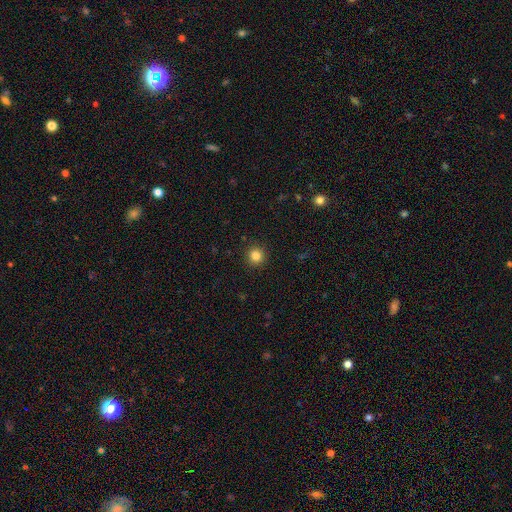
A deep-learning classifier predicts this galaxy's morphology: smooth 83%, star or artifact 12%, featured or disk 5%. Down the decision tree: how rounded — round (95%); merging — none (93%).